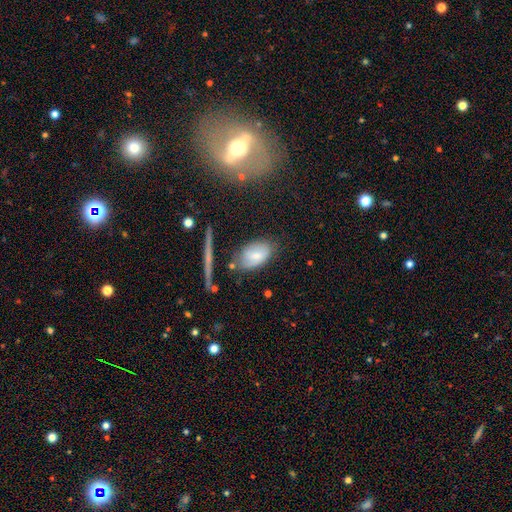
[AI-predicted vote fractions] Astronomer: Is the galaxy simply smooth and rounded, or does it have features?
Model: smooth — 72%.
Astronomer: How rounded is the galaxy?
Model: in between — 90%.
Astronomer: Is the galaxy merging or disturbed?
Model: none — 63%.